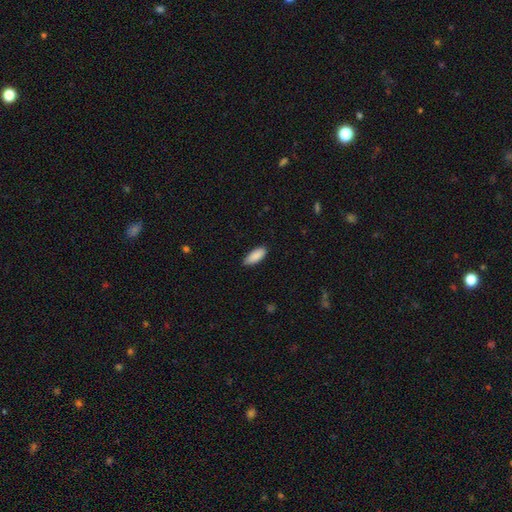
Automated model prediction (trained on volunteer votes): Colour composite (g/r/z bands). It shows a smooth galaxy with no disk features (89%) that is in between round and cigar-shaped (80%). Merging: none (84%).